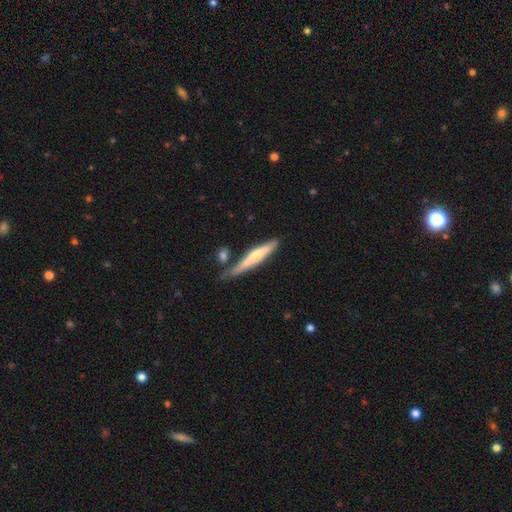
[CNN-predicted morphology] A smooth galaxy with no disk features (52%) that is cigar-shaped (90%).

Vote fractions:
- Smooth or featured? smooth: 52% / featured or disk: 43% / star or artifact: 5%
- How rounded? cigar-shaped: 90% / in between: 9% / round: 1%
- Merging? none: 60% / minor disturbance: 21% / merger: 12% / major disturbance: 6%